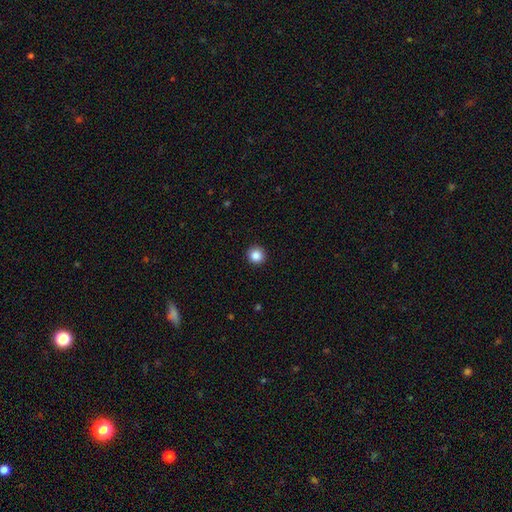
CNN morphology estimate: A smooth galaxy with no disk features (86%) that is round (95%). Merging: none (93%).